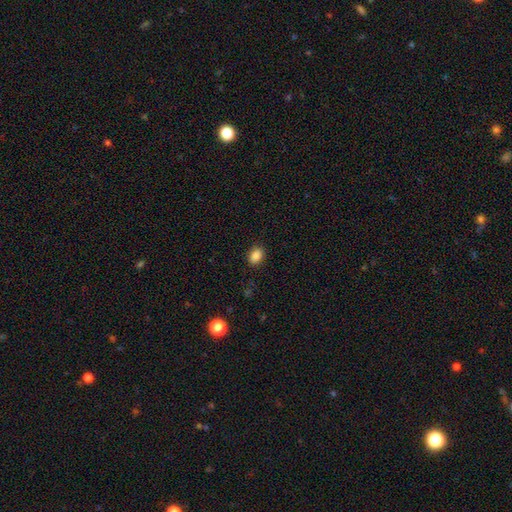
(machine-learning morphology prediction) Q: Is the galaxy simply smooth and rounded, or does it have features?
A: smooth — 87%.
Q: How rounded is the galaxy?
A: in between — 71%.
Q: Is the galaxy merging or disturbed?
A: none — 88%.